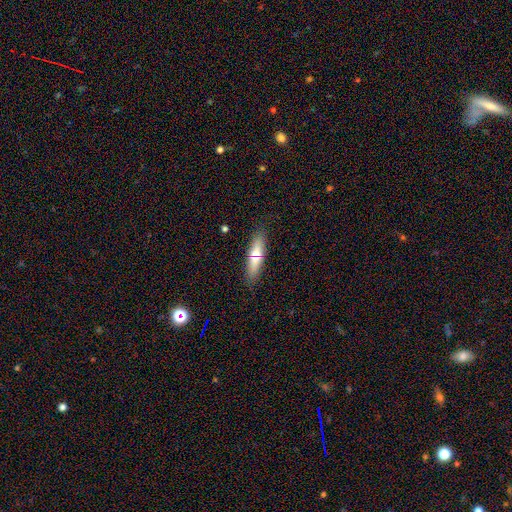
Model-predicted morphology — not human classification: type=smooth (61%); roundness=cigar-shaped (66%); merging=none (86%).